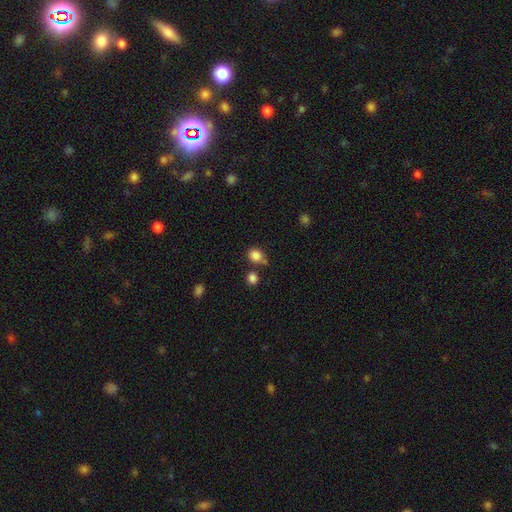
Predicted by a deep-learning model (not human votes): This is clearly a smooth galaxy (84%). How rounded: likely round (65%). Merging: likely none (60%).